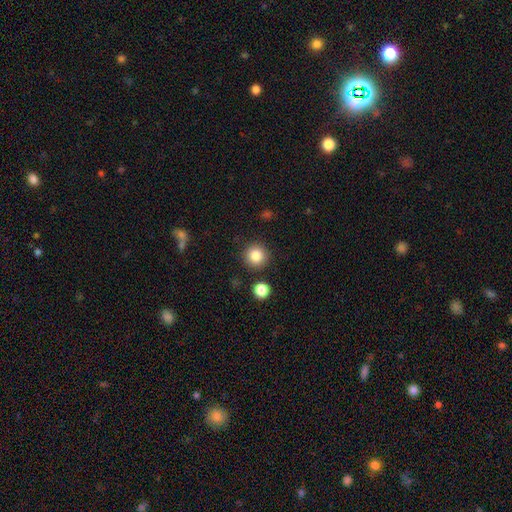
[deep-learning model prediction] Overall: smooth (84%). How rounded: round (95%). Merging: none (88%).